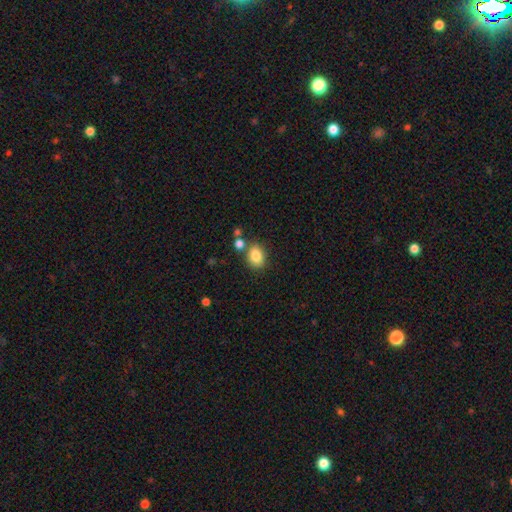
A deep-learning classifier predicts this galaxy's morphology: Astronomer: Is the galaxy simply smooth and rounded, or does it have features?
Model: smooth — 84%.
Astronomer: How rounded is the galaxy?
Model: in between — 67%.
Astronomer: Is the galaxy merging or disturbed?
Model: none — 69%.